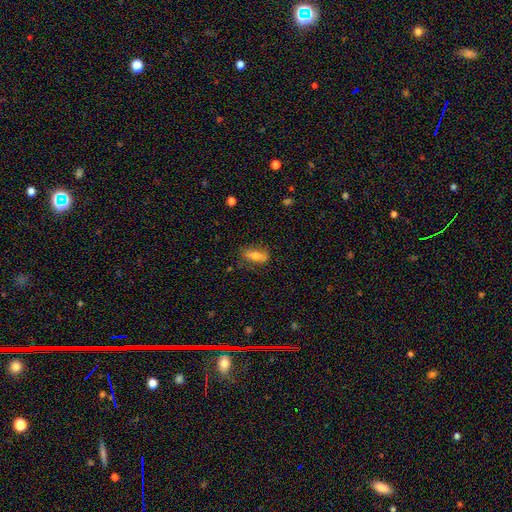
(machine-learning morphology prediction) A smooth galaxy with no disk features (63%) that is in between round and cigar-shaped (59%).

Vote fractions:
- Smooth or featured? smooth: 63% / featured or disk: 29% / star or artifact: 8%
- How rounded? in between: 59% / cigar-shaped: 37% / round: 4%
- Merging? none: 76% / minor disturbance: 17% / major disturbance: 5% / merger: 2%